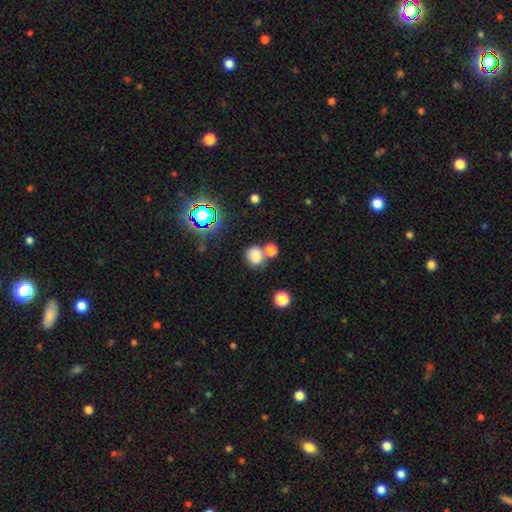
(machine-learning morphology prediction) Q: Smooth or featured?
A: smooth (78%); runner-up: star or artifact (14%)
Q: How rounded?
A: round (75%); runner-up: in between (24%)
Q: Merging?
A: none (56%); runner-up: merger (28%)